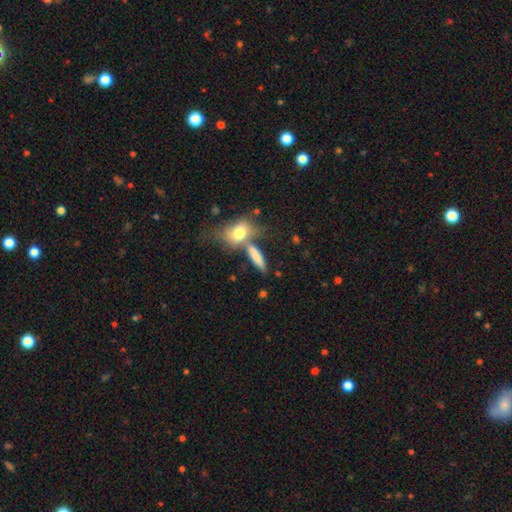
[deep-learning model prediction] The model was most divided on "how rounded": cigar-shaped: 50%, in between: 43%, round: 7%. Remaining: smooth or featured — smooth (77%); merging — none (50%).